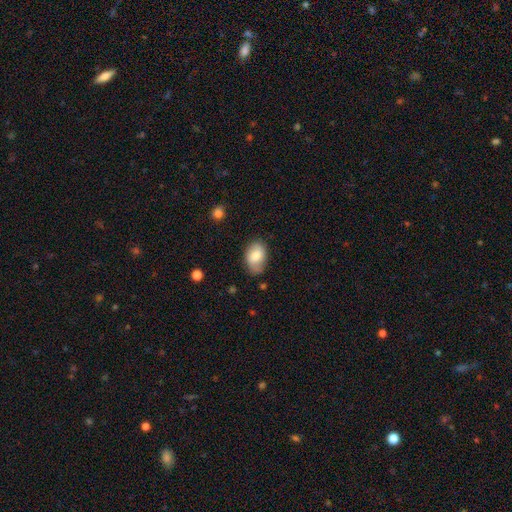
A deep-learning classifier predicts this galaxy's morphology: type=smooth (77%); roundness=in between (88%); merging=none (74%).